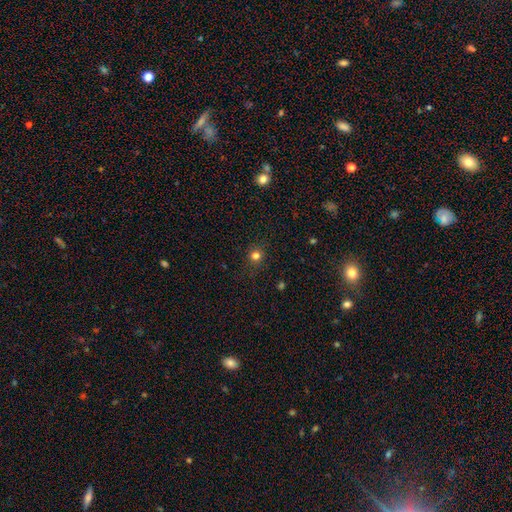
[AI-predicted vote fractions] Smooth or featured: smooth — 77% (star or artifact — 18%)
How rounded: round — 91% (in between — 8%)
Merging: none — 88% (minor disturbance — 8%)